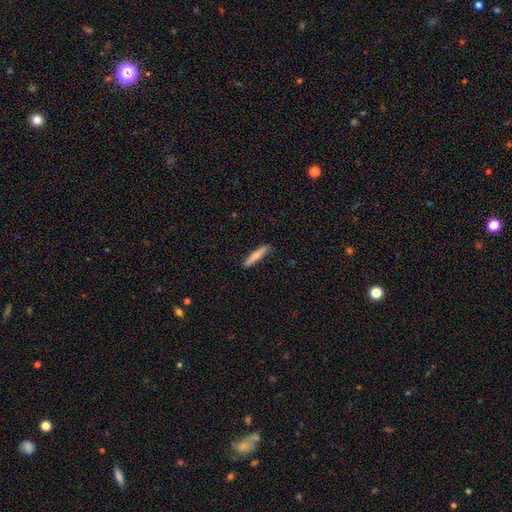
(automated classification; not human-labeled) Smooth or featured? smooth (74%)
How rounded? cigar-shaped (92%)
Merging? none (88%)